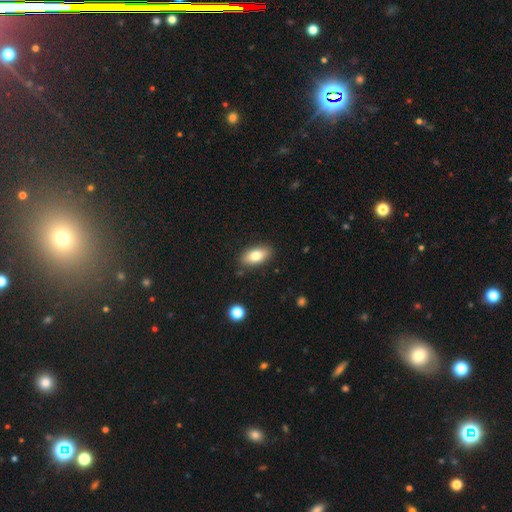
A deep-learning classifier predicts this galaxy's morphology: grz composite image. It shows a smooth galaxy with no disk features (79%) that is in between round and cigar-shaped (89%). Merging: none (86%).